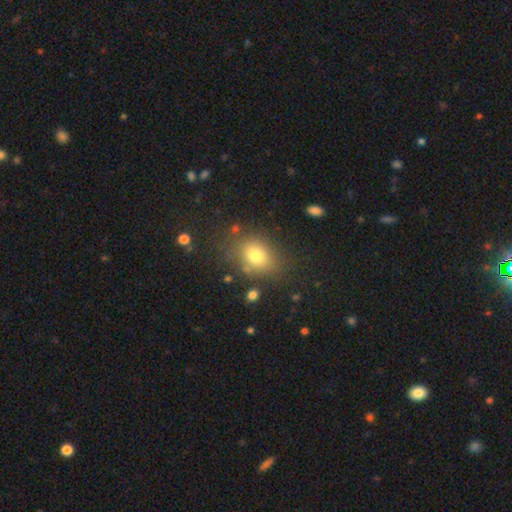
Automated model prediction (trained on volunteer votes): Overall: smooth (76%). How rounded: in between (62%; round 36%). Merging: none (75%).